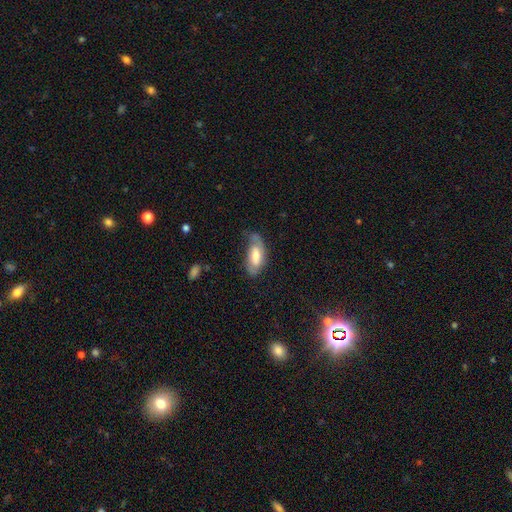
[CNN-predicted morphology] Overall: smooth (48%; featured or disk 46%). Merging: none (51%; minor disturbance 32%).